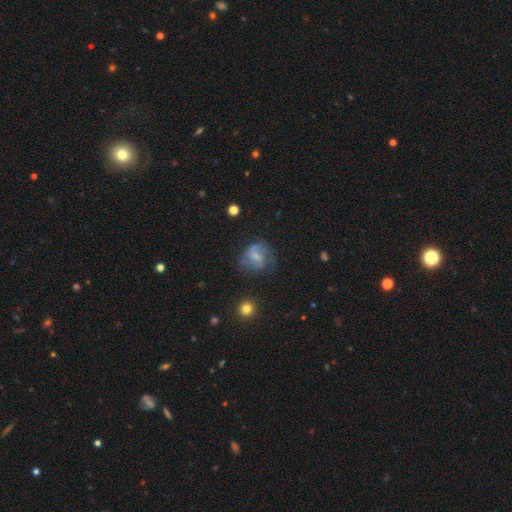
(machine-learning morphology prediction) Smooth or featured?
  - featured or disk: 66% *
  - smooth: 26%
  - star or artifact: 8%
Edge-on disk?
  - no: 98% *
  - yes: 2%
Bar?
  - weak: 52% *
  - no: 34%
  - strong: 14%
Spiral arms?
  - yes: 88% *
  - no: 12%
Spiral winding?
  - medium: 46% *
  - loose: 35%
  - tight: 19%
Spiral arm count?
  - 2: 67% *
  - can't tell: 13%
  - 1: 10%
  - 3: 6%
  - 4: 2%
  - more than 4: 2%
Bulge size?
  - small: 60% *
  - moderate: 22%
  - none: 16%
  - large: 2%
  - dominant: 1%
Merging?
  - none: 56% *
  - minor disturbance: 23%
  - major disturbance: 18%
  - merger: 2%